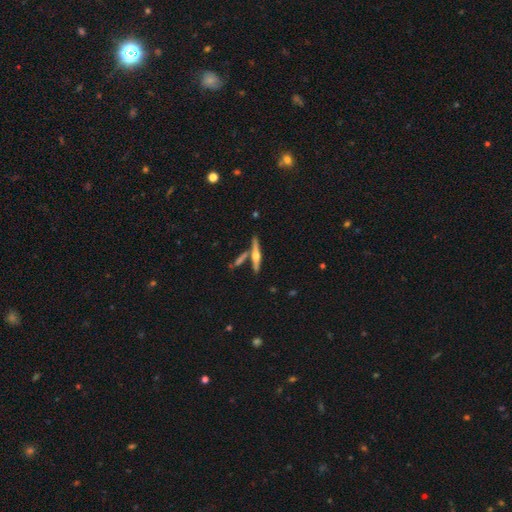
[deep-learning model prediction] smooth-or-featured: featured or disk: 70% | smooth: 23% | star or artifact: 6%
  disk-edge-on: yes: 97% | no: 3%
    edge-on-bulge: rounded: 92% | boxy: 4% | none: 4%
  merging: none: 72% | merger: 15% | minor disturbance: 10% | major disturbance: 3%